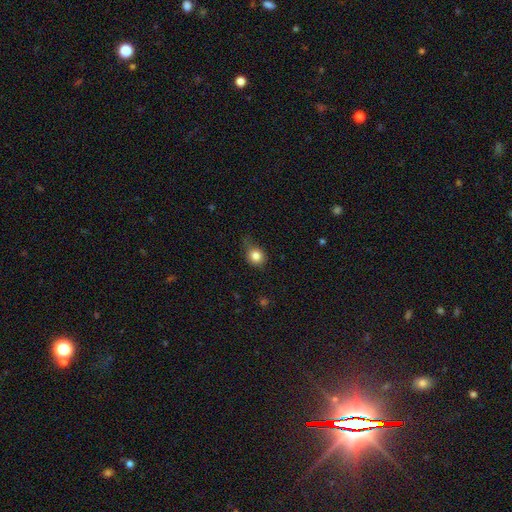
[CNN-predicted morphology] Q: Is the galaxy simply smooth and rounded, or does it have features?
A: smooth — 83%.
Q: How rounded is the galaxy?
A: round — 76%.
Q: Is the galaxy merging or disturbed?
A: none — 60%.